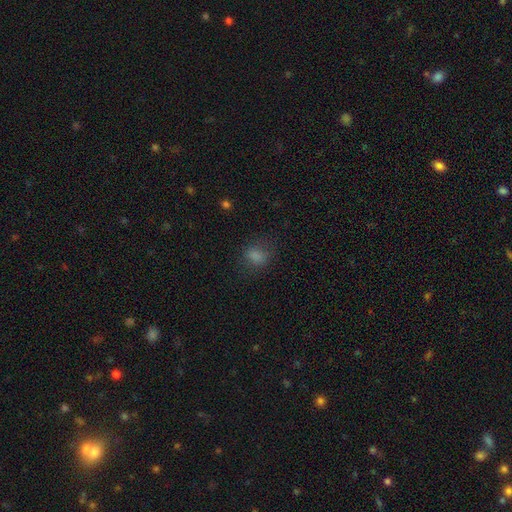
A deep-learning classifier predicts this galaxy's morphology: smooth-or-featured: smooth: 74% | star or artifact: 17% | featured or disk: 9%
  how-rounded: in between: 58% | round: 40% | cigar-shaped: 2%
  merging: none: 71% | minor disturbance: 18% | major disturbance: 10% | merger: 2%